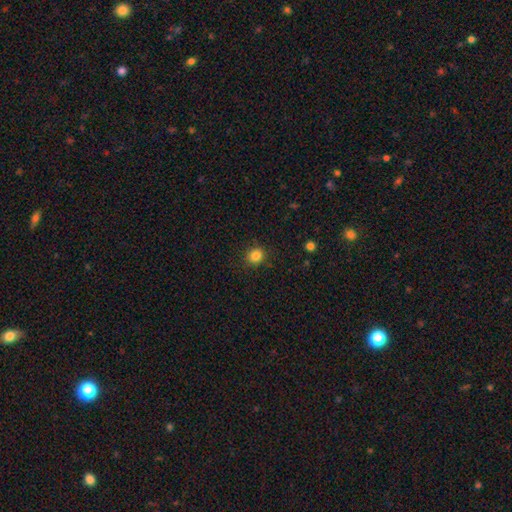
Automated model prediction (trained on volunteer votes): This appears to be a smooth galaxy with no disk features (84%) that is round (84%). Merging: none (88%).